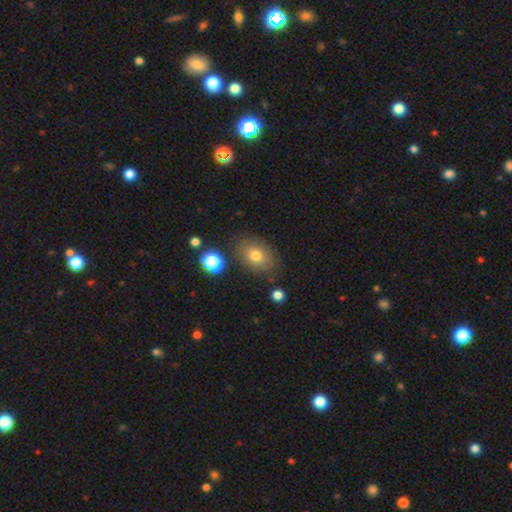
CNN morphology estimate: smooth 75%, featured or disk 13%, star or artifact 11%. Down the decision tree: how rounded — in between (73%); merging — none (78%).